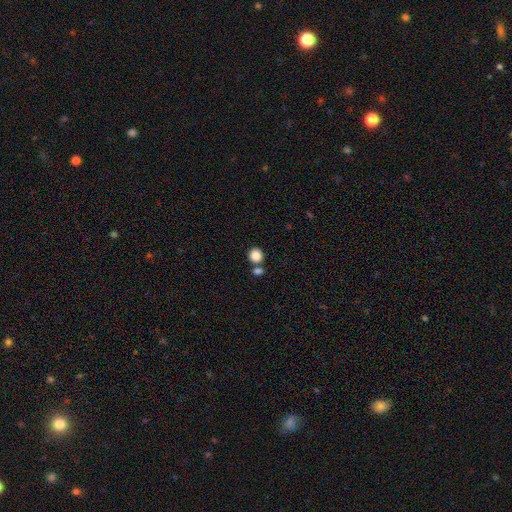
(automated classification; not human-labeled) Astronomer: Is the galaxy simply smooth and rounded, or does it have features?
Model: smooth — 86%.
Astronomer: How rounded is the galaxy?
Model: round — 87%.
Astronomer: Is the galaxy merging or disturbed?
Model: none — 67%.